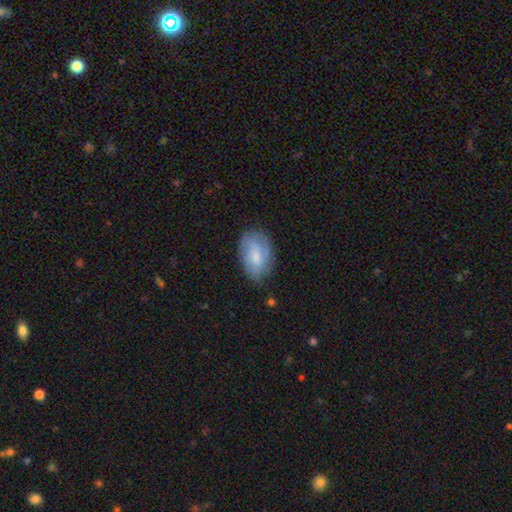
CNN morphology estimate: Smooth or featured: smooth — 65% (featured or disk — 28%)
How rounded: in between — 91% (round — 8%)
Merging: none — 69% (minor disturbance — 23%)